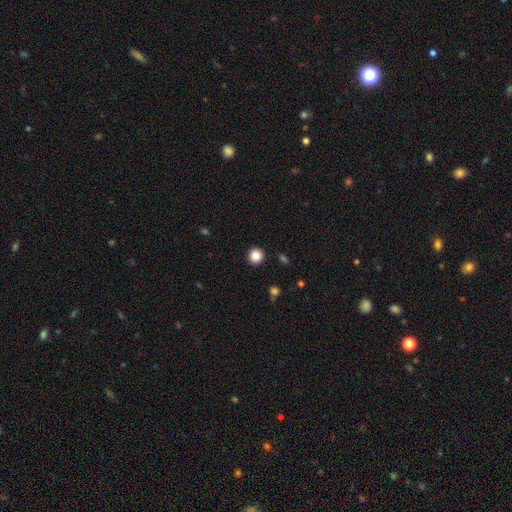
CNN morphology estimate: A smooth galaxy with no disk features (86%) that is round (93%).

Vote fractions:
- Smooth or featured? smooth: 86% / star or artifact: 11% / featured or disk: 4%
- How rounded? round: 93% / in between: 6% / cigar-shaped: 1%
- Merging? none: 92% / minor disturbance: 5% / major disturbance: 2% / merger: 1%